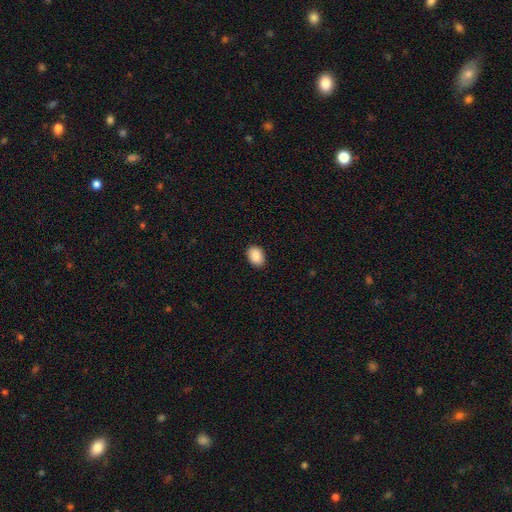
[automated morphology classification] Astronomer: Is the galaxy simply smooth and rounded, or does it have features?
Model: smooth — 90%.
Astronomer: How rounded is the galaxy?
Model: in between — 76%.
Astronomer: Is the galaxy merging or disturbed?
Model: none — 88%.